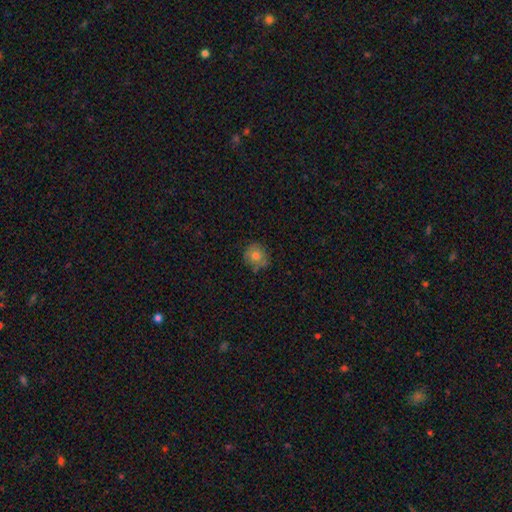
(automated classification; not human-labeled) smooth-or-featured: smooth: 71% | featured or disk: 18% | star or artifact: 11%
  how-rounded: round: 84% | in between: 15% | cigar-shaped: 1%
  merging: none: 73% | minor disturbance: 20% | major disturbance: 4% | merger: 2%